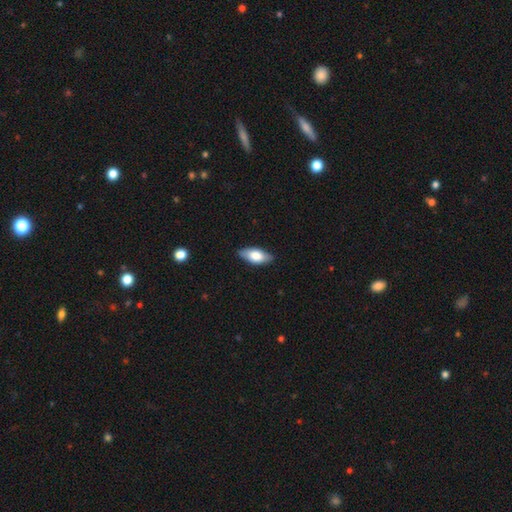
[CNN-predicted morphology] The model was most divided on "smooth or featured": smooth: 70%, featured or disk: 24%, star or artifact: 6%. More confident: how rounded — in between (85%); merging — none (84%).